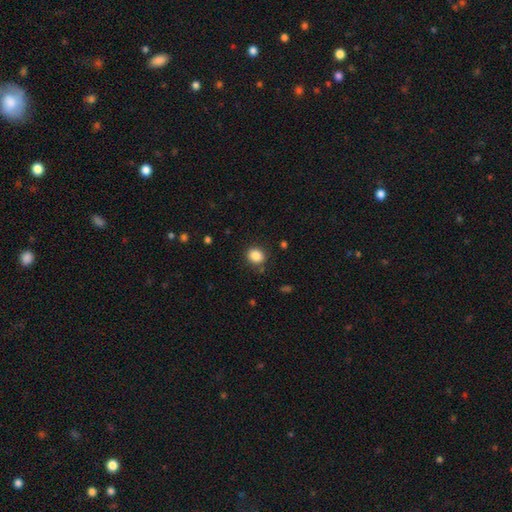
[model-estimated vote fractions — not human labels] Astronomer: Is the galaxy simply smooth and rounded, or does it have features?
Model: smooth — 86%.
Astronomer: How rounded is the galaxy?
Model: round — 69%.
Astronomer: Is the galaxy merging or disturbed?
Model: none — 84%.